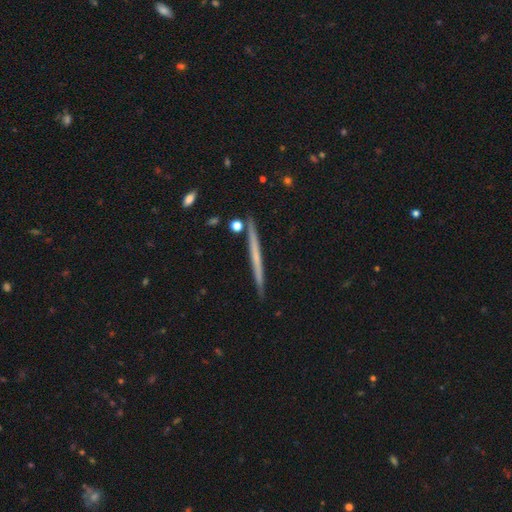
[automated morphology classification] Smooth or featured?
  - featured or disk: 54% *
  - smooth: 39%
  - star or artifact: 6%
Edge-on disk?
  - yes: 98% *
  - no: 2%
Edge-on bulge?
  - none: 87% *
  - rounded: 10%
  - boxy: 3%
Merging?
  - none: 90% *
  - minor disturbance: 7%
  - merger: 2%
  - major disturbance: 1%